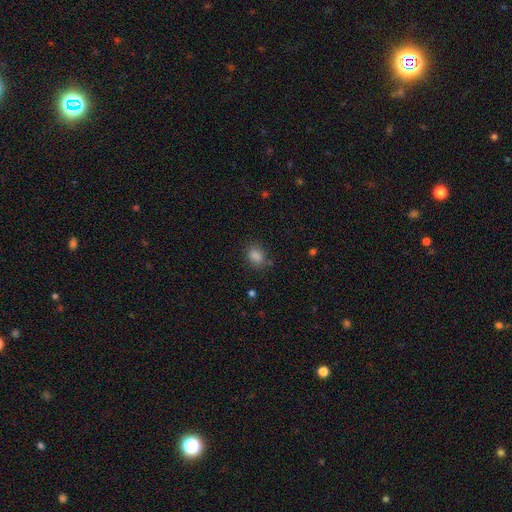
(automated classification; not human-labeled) Smooth or featured: smooth — 82% (star or artifact — 13%)
How rounded: in between — 59% (round — 39%)
Merging: none — 80% (minor disturbance — 14%)